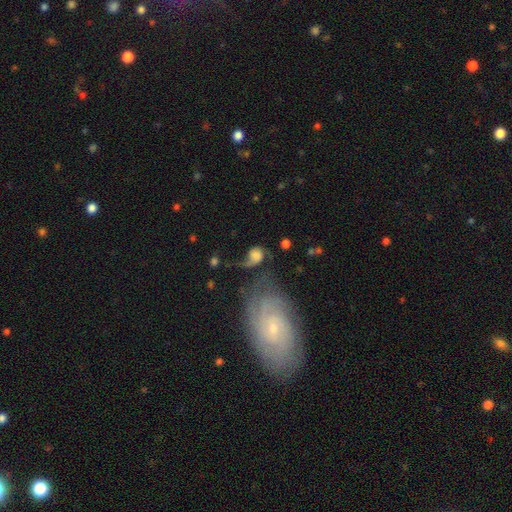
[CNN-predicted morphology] smooth_or_featured: featured or disk (p=0.47) [alt: smooth p=0.42]
merging: major disturbance (p=0.41) [alt: none p=0.27]